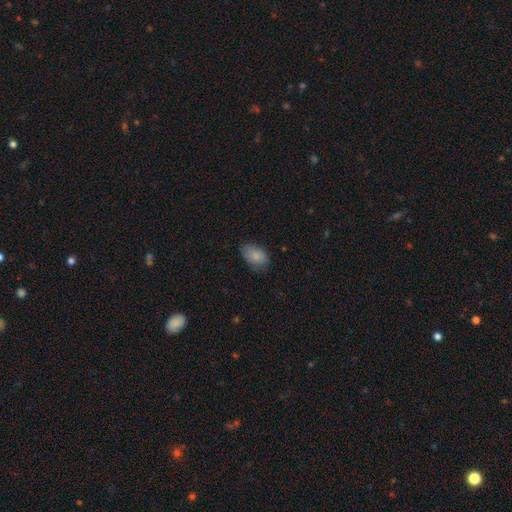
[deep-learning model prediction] smooth_or_featured: smooth (p=0.84) [alt: featured or disk p=0.09]
how_rounded: in between (p=0.89) [alt: round p=0.10]
merging: none (p=0.72) [alt: minor disturbance p=0.23]